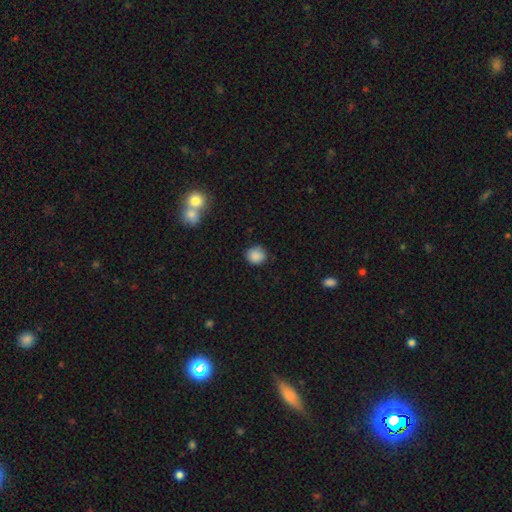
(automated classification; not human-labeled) smooth_or_featured: smooth (p=0.87) [alt: star or artifact p=0.09]
how_rounded: round (p=0.86) [alt: in between p=0.13]
merging: none (p=0.82) [alt: minor disturbance p=0.13]